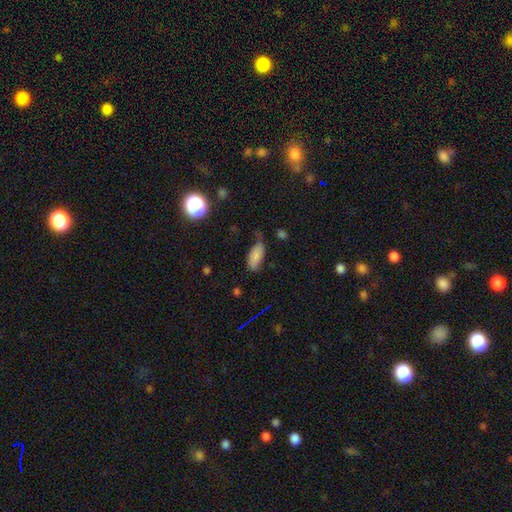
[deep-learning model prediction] Smooth or featured? Predicted: smooth (p=0.81). How rounded? Predicted: in between (p=0.89). Merging? Predicted: none (p=0.54).